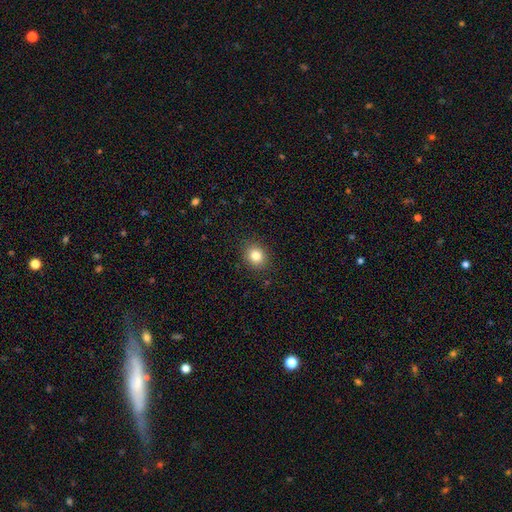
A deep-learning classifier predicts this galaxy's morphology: This is clearly a smooth galaxy (83%). How rounded: likely round (74%). Merging: clearly none (89%).